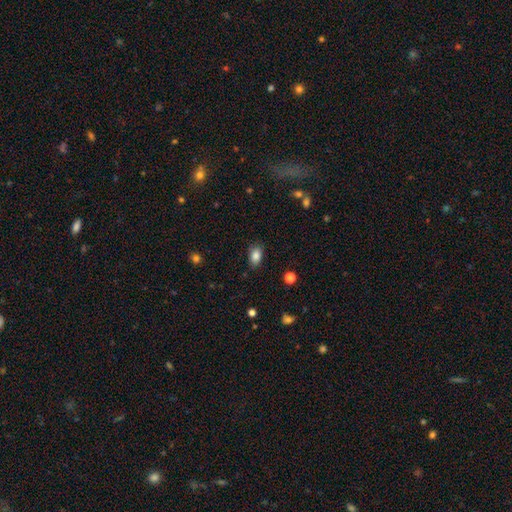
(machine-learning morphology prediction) smooth-or-featured: smooth: 85% | star or artifact: 9% | featured or disk: 6%
  how-rounded: in between: 87% | round: 11% | cigar-shaped: 2%
  merging: none: 84% | minor disturbance: 12% | major disturbance: 3% | merger: 1%